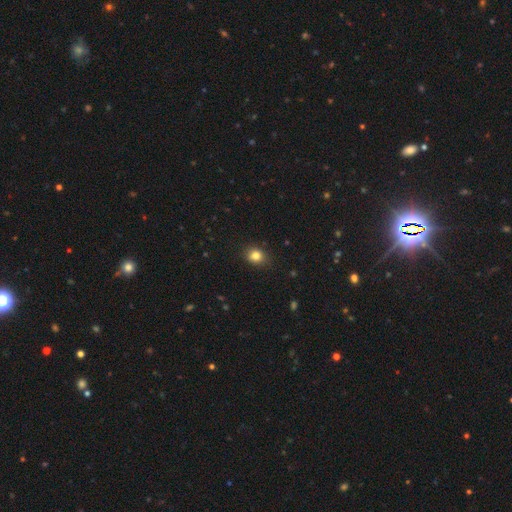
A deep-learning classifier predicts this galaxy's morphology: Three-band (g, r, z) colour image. It shows a smooth galaxy with no disk features (83%) that is round (62%). Merging: none (84%).